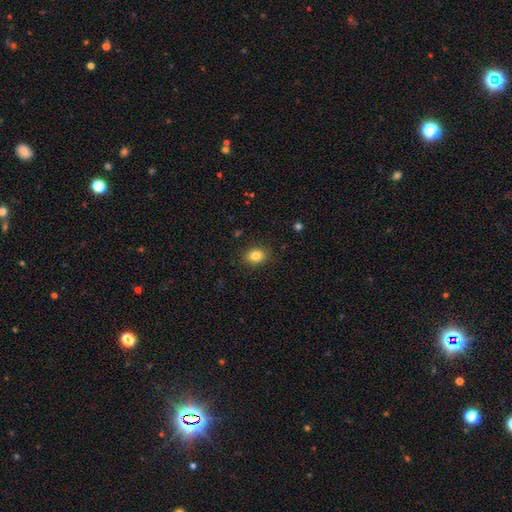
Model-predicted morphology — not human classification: Smooth or featured: smooth — 84% (star or artifact — 10%)
How rounded: in between — 58% (round — 41%)
Merging: none — 88% (minor disturbance — 9%)